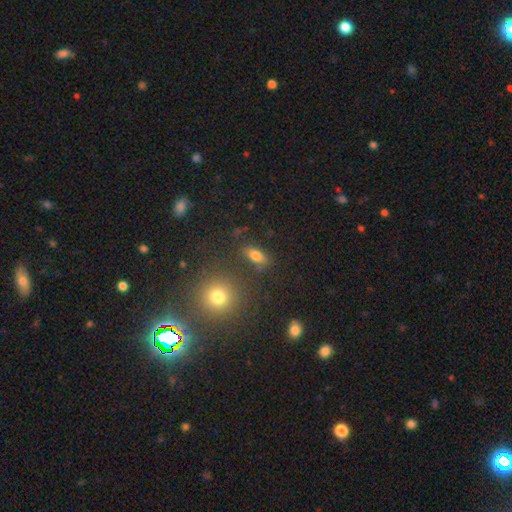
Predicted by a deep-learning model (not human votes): Q: Smooth or featured?
A: smooth (75%); runner-up: star or artifact (13%)
Q: How rounded?
A: in between (77%); runner-up: cigar-shaped (14%)
Q: Merging?
A: none (80%); runner-up: minor disturbance (11%)